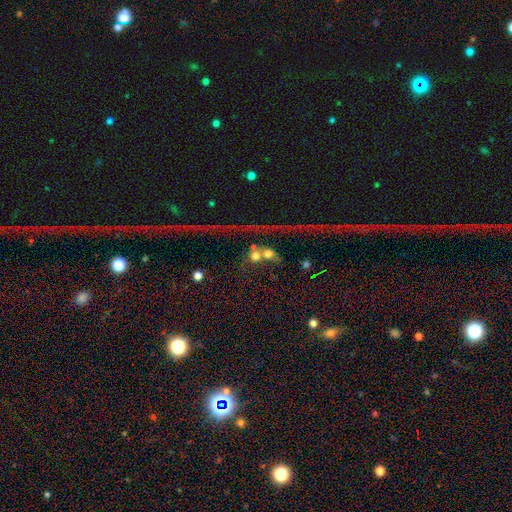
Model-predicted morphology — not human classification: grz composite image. It shows a smooth galaxy with no disk features (54%) that is round (81%). Merging: merger (48%).